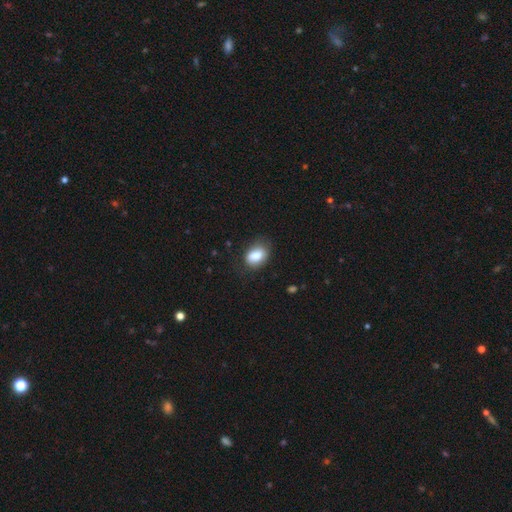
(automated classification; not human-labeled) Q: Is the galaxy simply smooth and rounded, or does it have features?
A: smooth — 84%.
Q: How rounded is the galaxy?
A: in between — 80%.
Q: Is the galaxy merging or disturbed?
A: none — 69%.